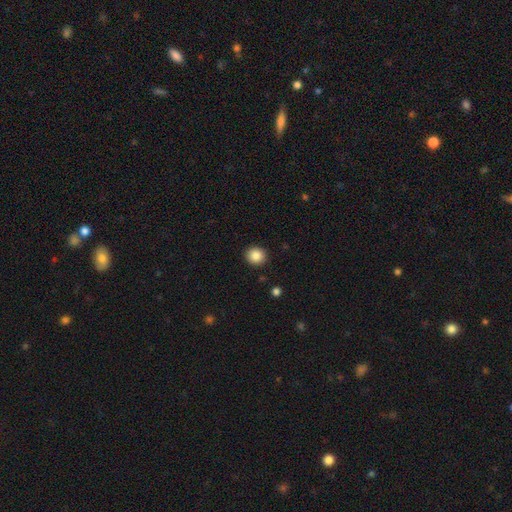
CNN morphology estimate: This is clearly a smooth galaxy (86%). How rounded: clearly round (87%). Merging: clearly none (91%).